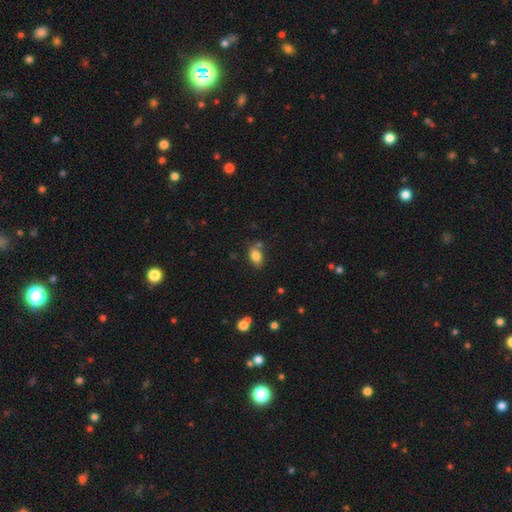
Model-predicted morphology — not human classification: Overall: smooth (82%). How rounded: in between (85%). Merging: none (70%).